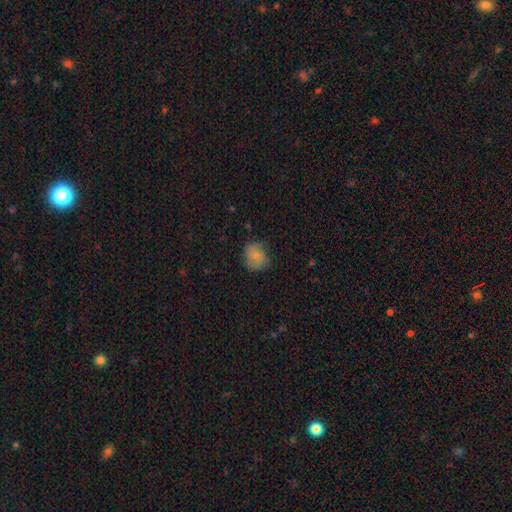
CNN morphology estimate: smooth-or-featured: smooth: 80% | featured or disk: 12% | star or artifact: 8%
  how-rounded: round: 66% | in between: 33% | cigar-shaped: 1%
  merging: none: 70% | minor disturbance: 23% | major disturbance: 5% | merger: 1%